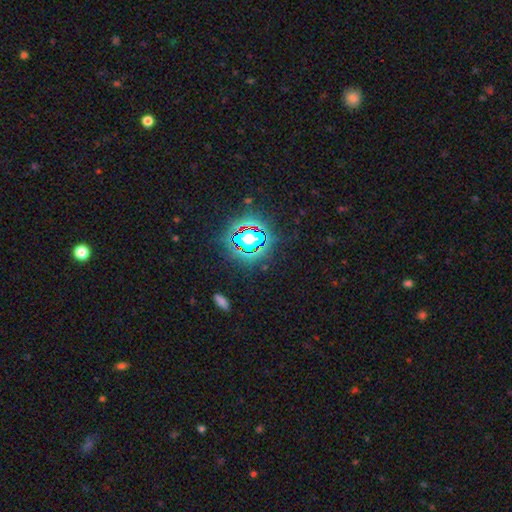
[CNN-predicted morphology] A star or artifact, not a galaxy (84%).